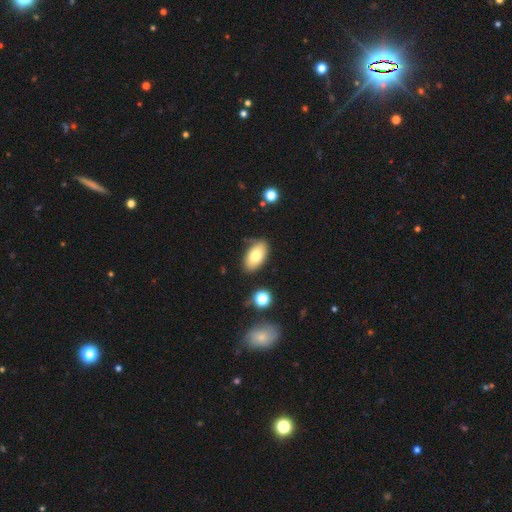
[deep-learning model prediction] A smooth galaxy with no disk features (74%) that is in between round and cigar-shaped (93%).

Vote fractions:
- Smooth or featured? smooth: 74% / featured or disk: 18% / star or artifact: 8%
- How rounded? in between: 93% / round: 5% / cigar-shaped: 2%
- Merging? none: 78% / minor disturbance: 15% / major disturbance: 4% / merger: 3%